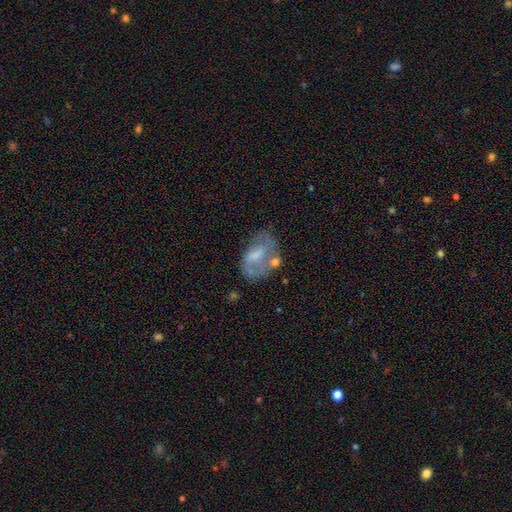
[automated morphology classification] Smooth or featured? featured or disk (53%)
Edge-on disk? no (96%)
Bar? no (46%)
Spiral arms? no (57%)
Bulge size? moderate (33%)
Merging? none (40%)